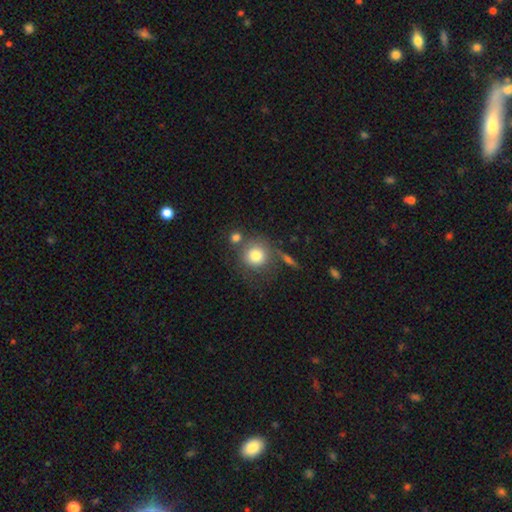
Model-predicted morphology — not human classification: Smooth or featured?
  - smooth: 79% *
  - featured or disk: 12%
  - star or artifact: 9%
How rounded?
  - round: 90% *
  - in between: 9%
  - cigar-shaped: 1%
Merging?
  - none: 60% *
  - merger: 18%
  - minor disturbance: 14%
  - major disturbance: 8%